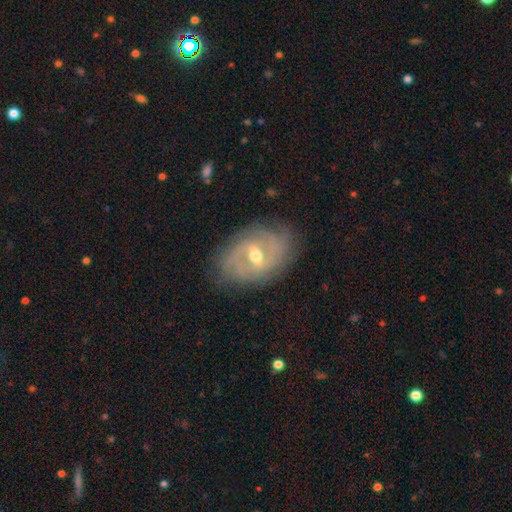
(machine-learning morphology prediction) type=featured or disk (83%); edge-on=no (95%); bar=weak (53%); spiral arms=yes (88%); winding=tight (49%); arm count=2 (46%); bulge=moderate (68%); merging=none (76%).